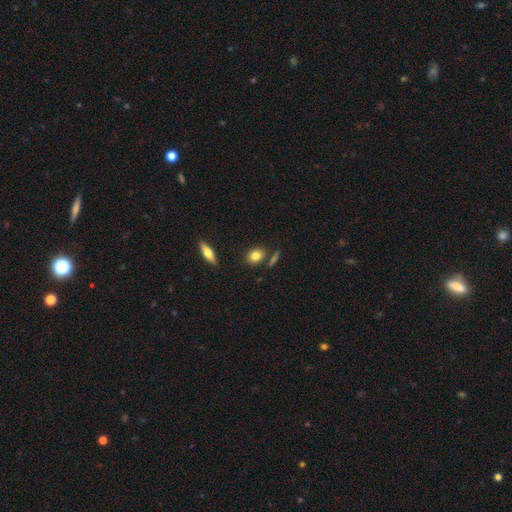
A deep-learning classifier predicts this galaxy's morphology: Smooth or featured?
  - smooth: 81% *
  - featured or disk: 11%
  - star or artifact: 9%
How rounded?
  - in between: 52% *
  - round: 44%
  - cigar-shaped: 4%
Merging?
  - none: 77% *
  - minor disturbance: 11%
  - merger: 8%
  - major disturbance: 3%